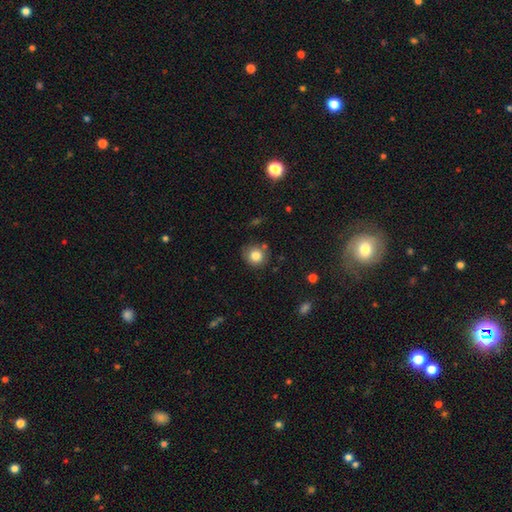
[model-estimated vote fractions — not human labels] smooth 82%, star or artifact 10%, featured or disk 7%. Down the decision tree: how rounded — round (87%); merging — none (79%).